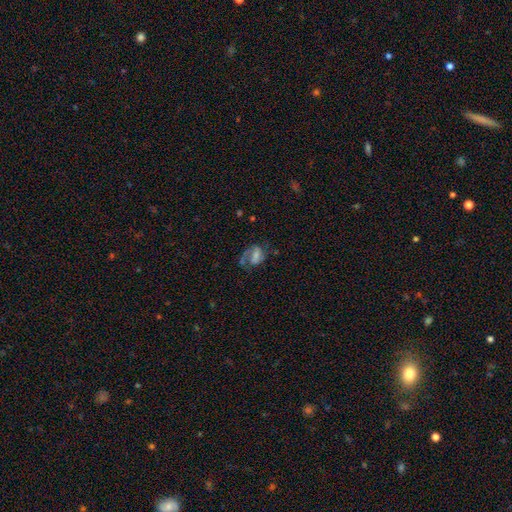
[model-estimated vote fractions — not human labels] Smooth or featured? featured or disk (64%)
Edge-on disk? no (97%)
Bar? weak (43%)
Spiral arms? yes (84%)
Spiral winding? medium (46%)
Spiral arm count? 2 (54%)
Bulge size? small (39%)
Merging? none (44%)